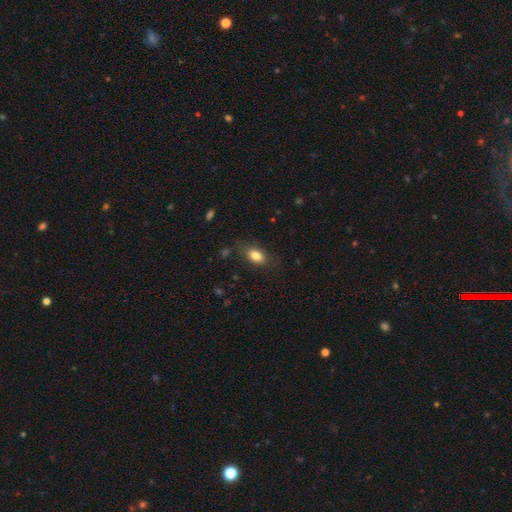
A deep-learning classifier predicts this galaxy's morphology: Smooth or featured? Predicted: smooth (p=0.82). How rounded? Predicted: in between (p=0.86). Merging? Predicted: none (p=0.76).